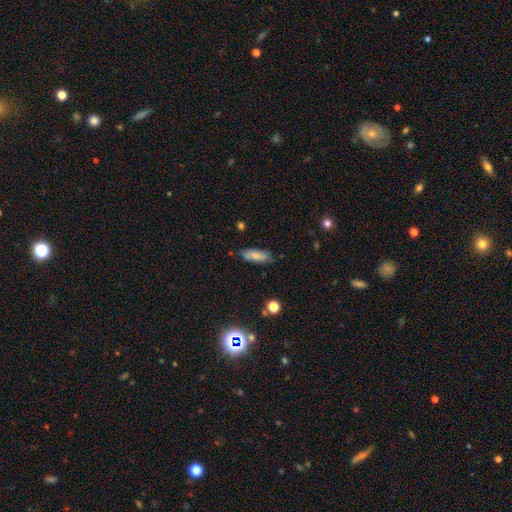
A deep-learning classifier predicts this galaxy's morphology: This is likely a smooth galaxy (77%). How rounded: likely in between (61%). Merging: likely none (76%).